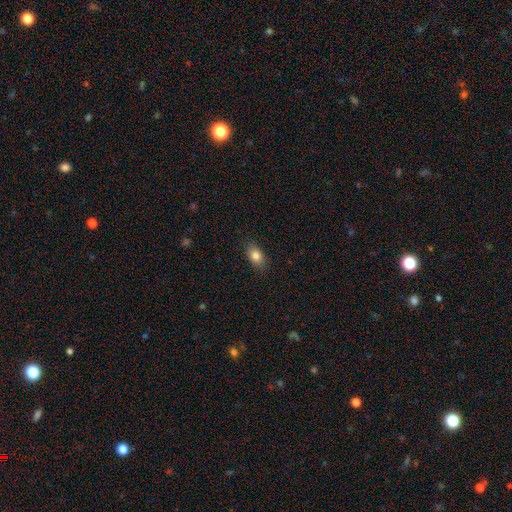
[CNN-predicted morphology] smooth_or_featured: smooth (p=0.83) [alt: star or artifact p=0.09]
how_rounded: in between (p=0.83) [alt: round p=0.13]
merging: none (p=0.86) [alt: minor disturbance p=0.10]